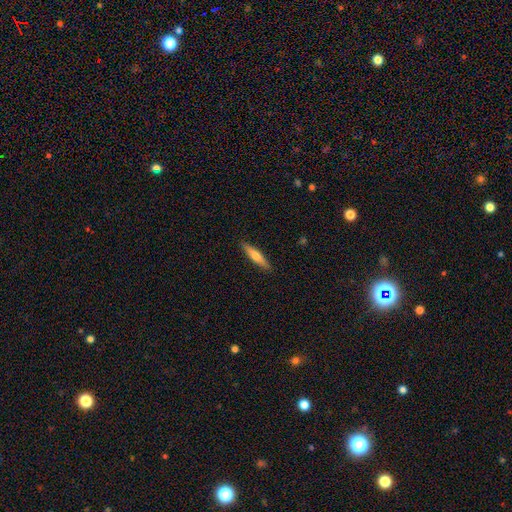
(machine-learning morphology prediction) smooth 62%, featured or disk 32%, star or artifact 5%. Down the decision tree: how rounded — cigar-shaped (85%); merging — none (90%).